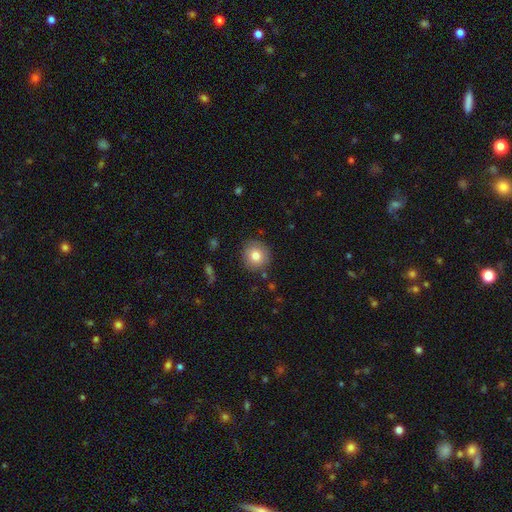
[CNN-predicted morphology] Smooth or featured? smooth (79%)
How rounded? round (92%)
Merging? none (88%)